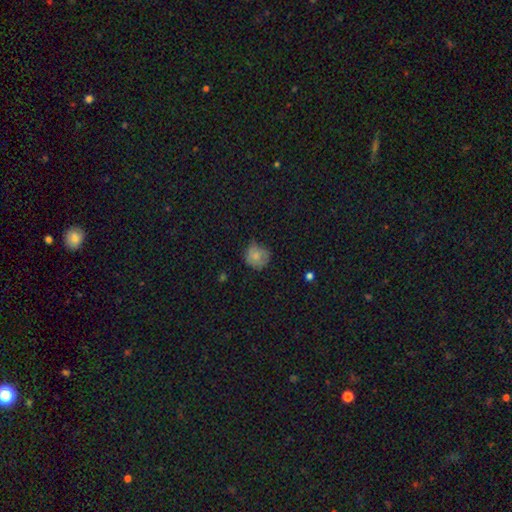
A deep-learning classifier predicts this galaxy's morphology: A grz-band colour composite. It shows a smooth galaxy with no disk features (77%) that is round (84%). Merging: none (56%).